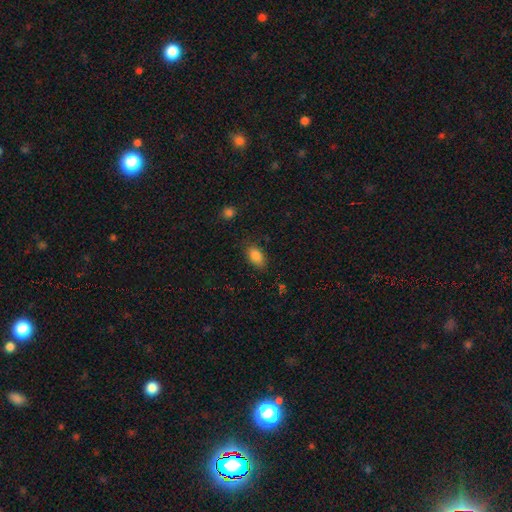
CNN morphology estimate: Overall: smooth (85%). How rounded: in between (89%). Merging: none (79%).